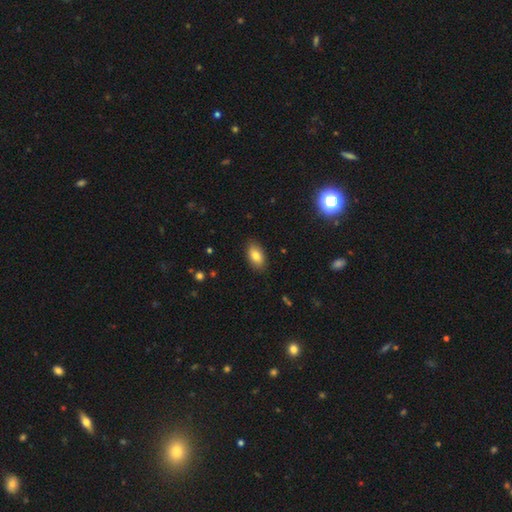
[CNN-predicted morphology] Smooth or featured? Predicted: smooth (p=0.81). How rounded? Predicted: in between (p=0.91). Merging? Predicted: none (p=0.87).